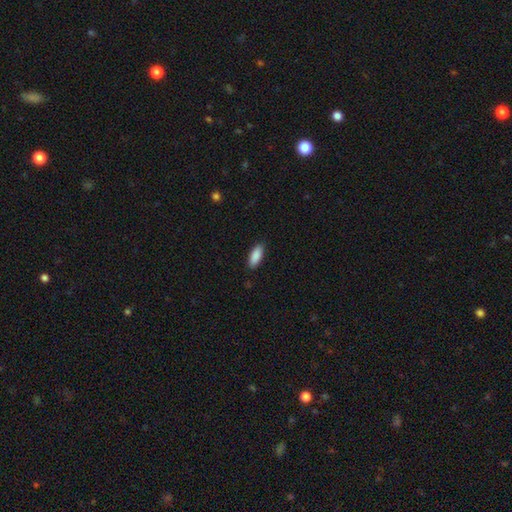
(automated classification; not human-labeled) This appears to be a smooth galaxy with no disk features (90%) that is in between round and cigar-shaped (76%). Merging: none (88%).